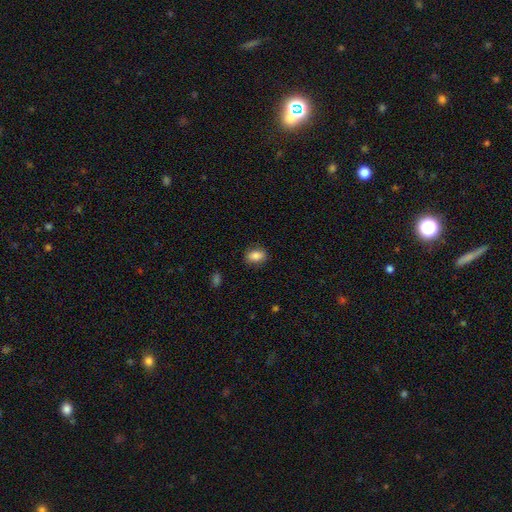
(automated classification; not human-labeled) Smooth or featured? smooth (84%)
How rounded? in between (81%)
Merging? none (83%)